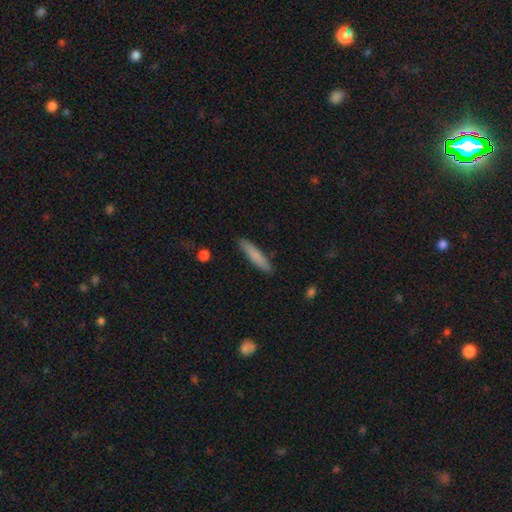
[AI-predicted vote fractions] Morphology: type=smooth (78%); roundness=cigar-shaped (90%); merging=none (88%).